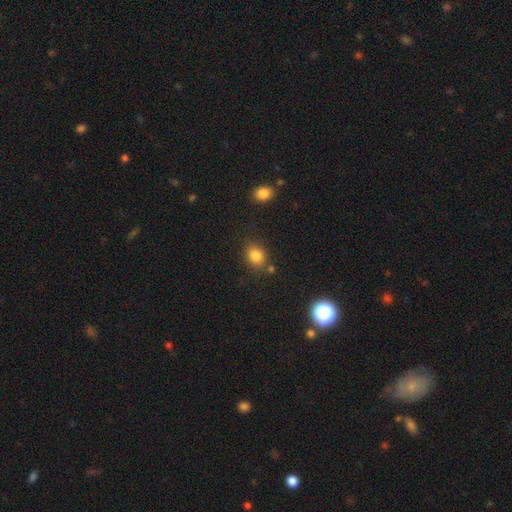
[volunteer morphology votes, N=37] This is clearly a smooth galaxy (86%). How rounded: possibly in between (53%). Merging: clearly none (83%).